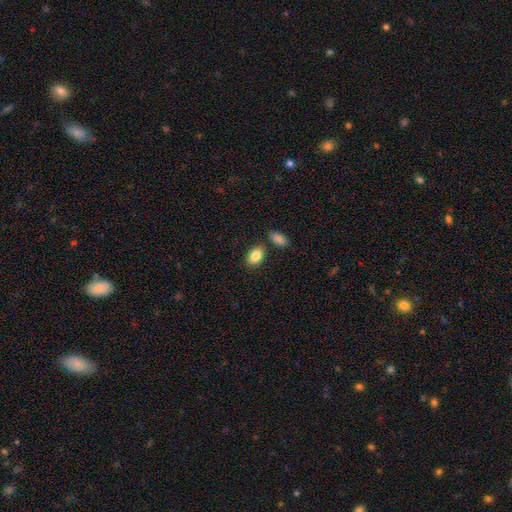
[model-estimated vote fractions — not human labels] A smooth galaxy with no disk features (86%) that is in between round and cigar-shaped (88%). Merging: none (79%).